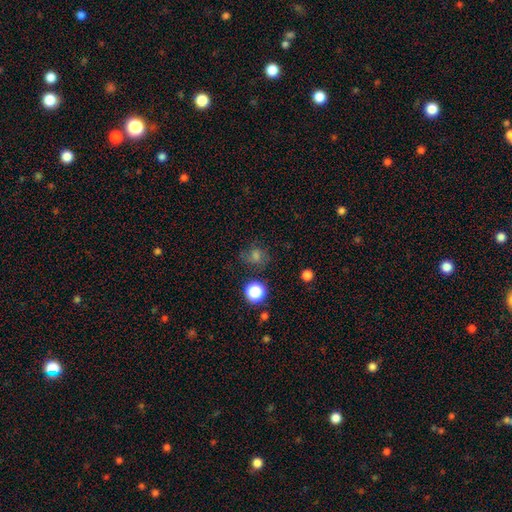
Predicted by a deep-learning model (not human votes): A smooth galaxy with no disk features (57%) that is round (72%).

Vote fractions:
- Smooth or featured? smooth: 57% / star or artifact: 26% / featured or disk: 16%
- How rounded? round: 72% / in between: 27% / cigar-shaped: 1%
- Merging? none: 70% / minor disturbance: 18% / major disturbance: 9% / merger: 4%